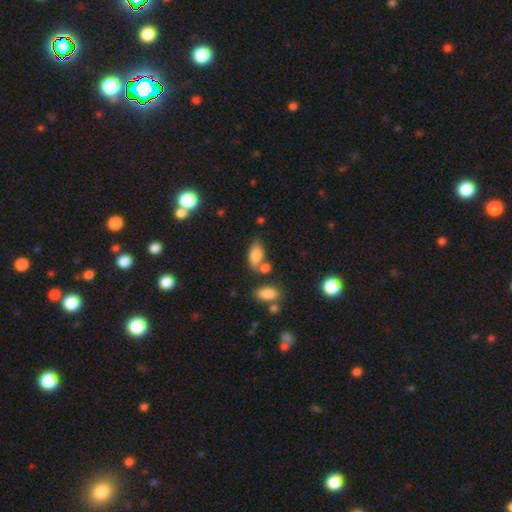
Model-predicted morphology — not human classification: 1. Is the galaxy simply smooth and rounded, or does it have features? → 81% smooth, 11% featured or disk, 8% star or artifact.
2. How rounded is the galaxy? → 87% in between, 8% cigar-shaped, 5% round.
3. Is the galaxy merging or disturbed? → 58% none, 20% merger, 17% minor disturbance, 5% major disturbance.